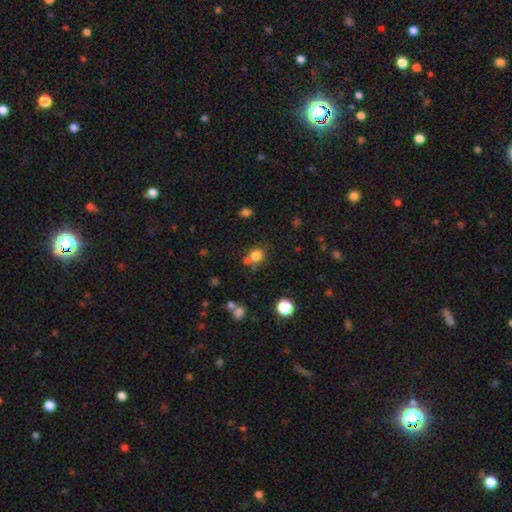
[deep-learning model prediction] A smooth galaxy with no disk features (78%) that is round (82%). Merging: none (65%).